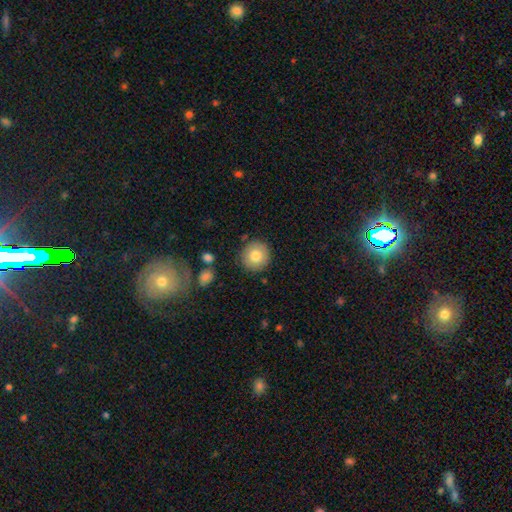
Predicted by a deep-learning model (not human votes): A smooth galaxy with no disk features (80%) that is round (93%). Merging: none (87%).